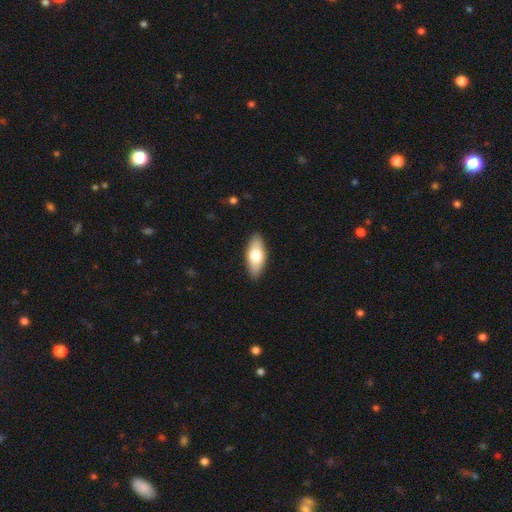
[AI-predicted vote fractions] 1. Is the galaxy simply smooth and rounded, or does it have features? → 70% smooth, 25% featured or disk, 6% star or artifact.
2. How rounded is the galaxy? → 80% in between, 17% cigar-shaped, 3% round.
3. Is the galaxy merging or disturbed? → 89% none, 8% minor disturbance, 2% major disturbance, 1% merger.